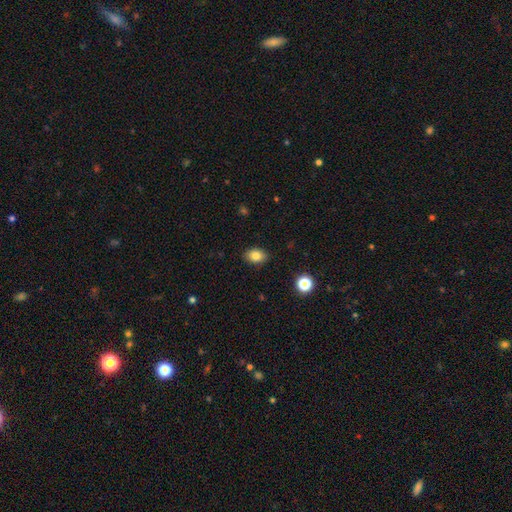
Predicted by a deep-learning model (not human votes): A smooth galaxy with no disk features (82%) that is in between round and cigar-shaped (78%). Merging: none (88%).